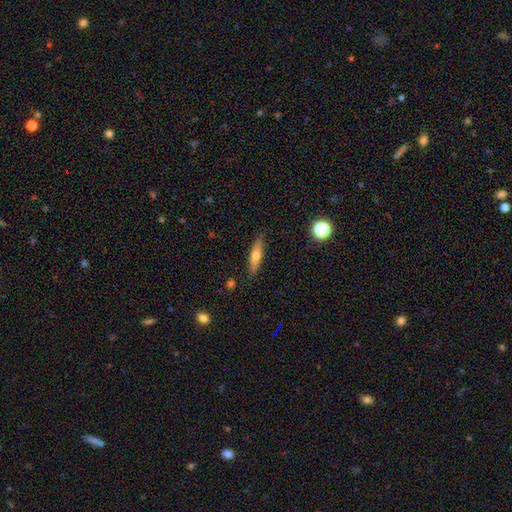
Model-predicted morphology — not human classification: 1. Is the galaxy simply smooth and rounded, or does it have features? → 58% smooth, 34% featured or disk, 7% star or artifact.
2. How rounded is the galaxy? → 71% cigar-shaped, 27% in between, 3% round.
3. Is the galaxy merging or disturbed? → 85% none, 11% minor disturbance, 2% major disturbance, 1% merger.